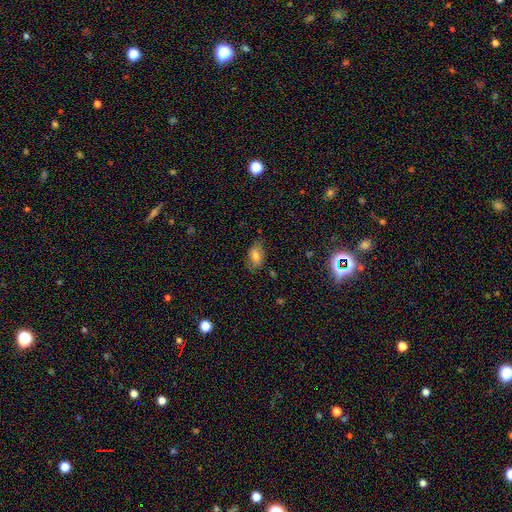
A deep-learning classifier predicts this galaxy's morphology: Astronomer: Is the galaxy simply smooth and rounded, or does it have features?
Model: smooth — 73%.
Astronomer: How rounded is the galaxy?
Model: in between — 89%.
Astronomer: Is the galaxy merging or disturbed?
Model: none — 72%.